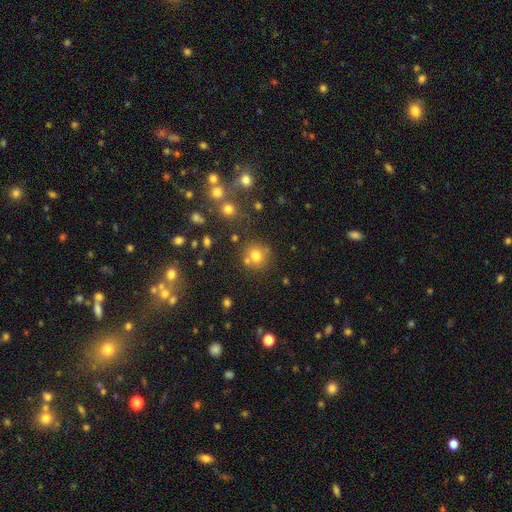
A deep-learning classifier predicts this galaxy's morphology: A smooth galaxy with no disk features (75%) that is round (89%).

Vote fractions:
- Smooth or featured? smooth: 75% / star or artifact: 16% / featured or disk: 9%
- How rounded? round: 89% / in between: 10% / cigar-shaped: 1%
- Merging? none: 71% / merger: 15% / minor disturbance: 10% / major disturbance: 4%